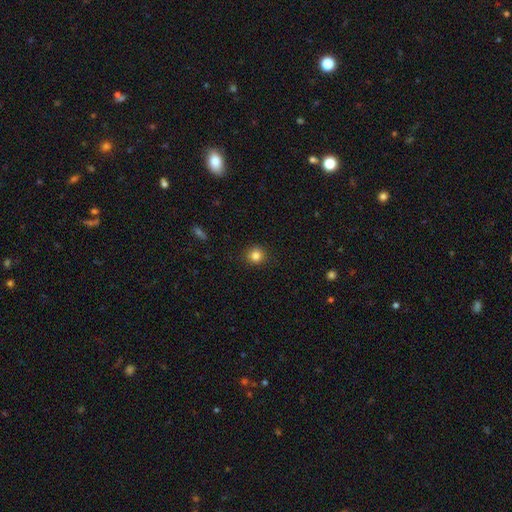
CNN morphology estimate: A smooth galaxy with no disk features (83%) that is round (90%).

Vote fractions:
- Smooth or featured? smooth: 83% / star or artifact: 12% / featured or disk: 5%
- How rounded? round: 90% / in between: 9% / cigar-shaped: 1%
- Merging? none: 89% / minor disturbance: 7% / major disturbance: 2% / merger: 1%